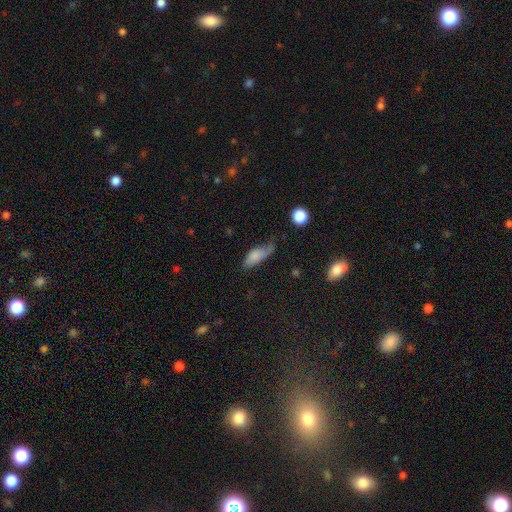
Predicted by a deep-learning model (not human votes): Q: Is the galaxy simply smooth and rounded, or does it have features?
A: smooth — 73%.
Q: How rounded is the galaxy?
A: in between — 76%.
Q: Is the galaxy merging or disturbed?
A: minor disturbance — 40%.